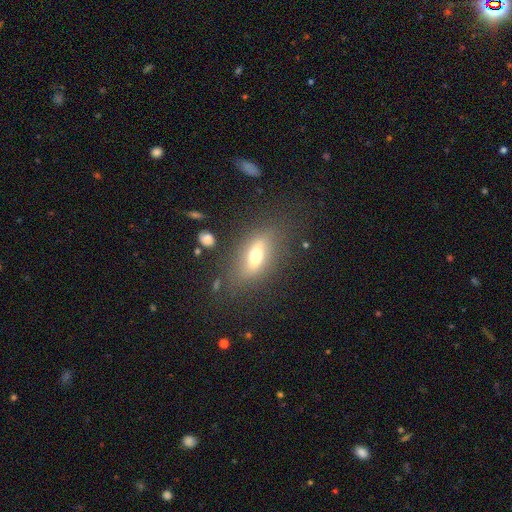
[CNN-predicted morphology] smooth 54%, featured or disk 36%, star or artifact 10%. Down the decision tree: how rounded — in between (73%); merging — none (75%).